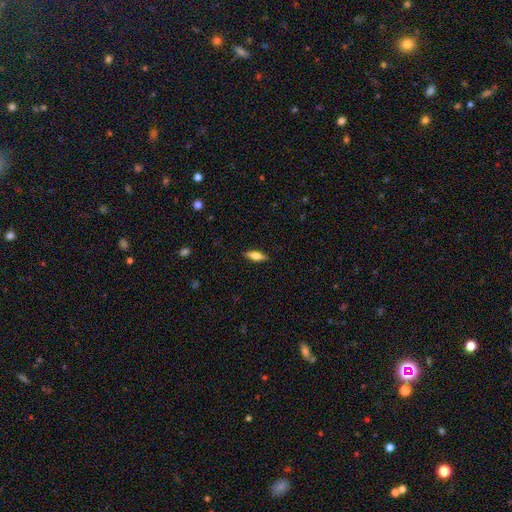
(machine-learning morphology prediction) Smooth or featured: smooth — 56% (featured or disk — 37%)
How rounded: in between — 53% (cigar-shaped — 44%)
Merging: none — 89% (minor disturbance — 8%)